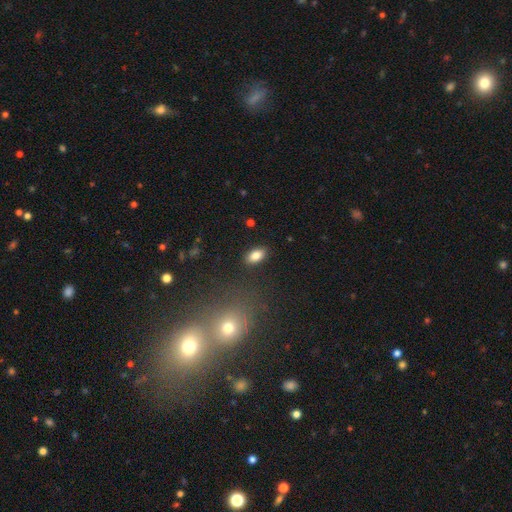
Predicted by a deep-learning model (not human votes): Morphology: type=smooth (85%); roundness=in between (91%); merging=none (88%).